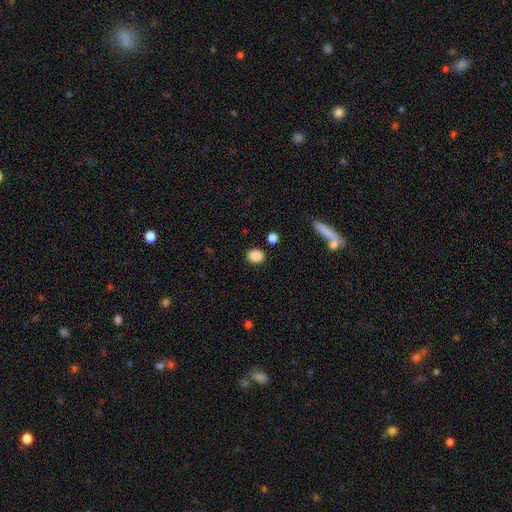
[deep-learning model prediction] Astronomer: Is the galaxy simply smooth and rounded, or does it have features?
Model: smooth — 87%.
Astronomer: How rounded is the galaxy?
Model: round — 50% (runner-up: in between, 49%).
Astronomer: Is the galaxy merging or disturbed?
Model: none — 85%.